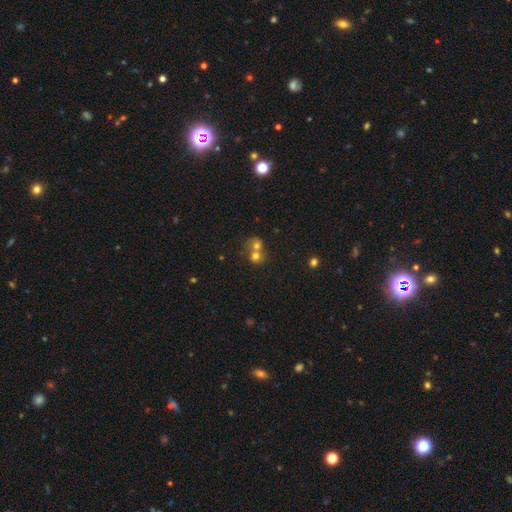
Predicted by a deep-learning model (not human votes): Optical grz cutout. It shows a smooth galaxy with no disk features (70%) that is round (78%). Merging: merger (61%).